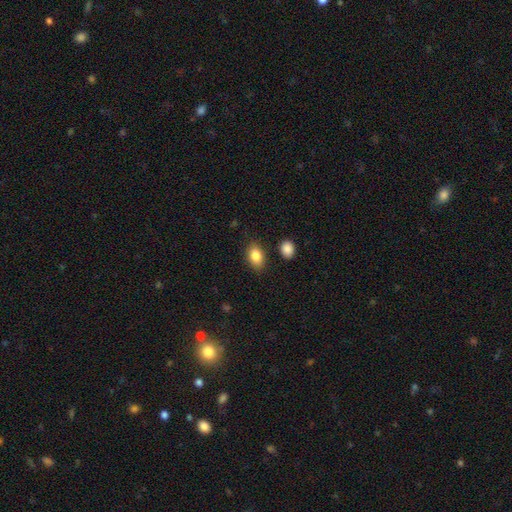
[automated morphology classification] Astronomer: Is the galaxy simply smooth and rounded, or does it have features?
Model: smooth — 85%.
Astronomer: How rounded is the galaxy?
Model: in between — 85%.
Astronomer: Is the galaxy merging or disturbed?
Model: none — 82%.